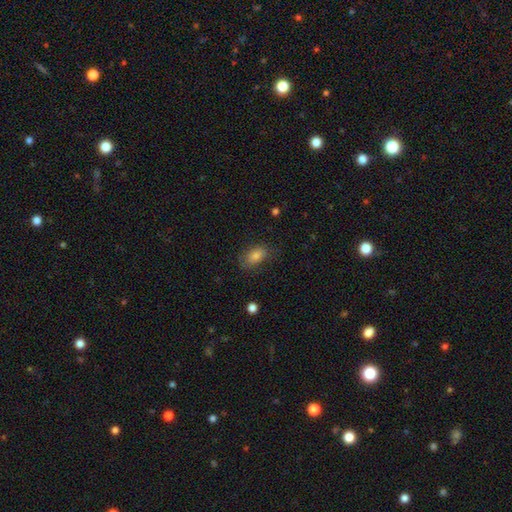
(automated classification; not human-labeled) A smooth galaxy with no disk features (76%) that is in between round and cigar-shaped (88%).

Vote fractions:
- Smooth or featured? smooth: 76% / featured or disk: 14% / star or artifact: 10%
- How rounded? in between: 88% / round: 9% / cigar-shaped: 3%
- Merging? none: 73% / minor disturbance: 19% / major disturbance: 6% / merger: 1%